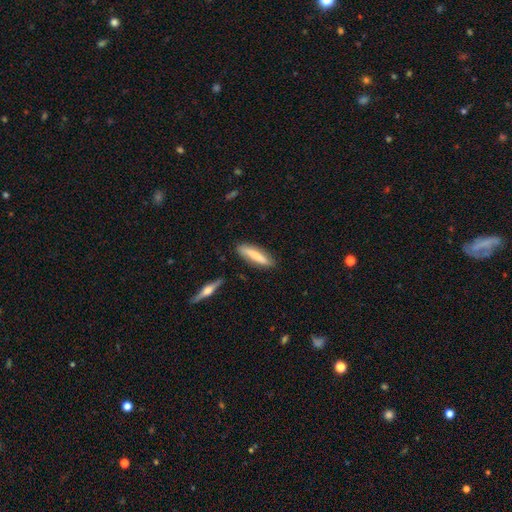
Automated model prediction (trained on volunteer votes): Smooth or featured? smooth (68%)
How rounded? cigar-shaped (77%)
Merging? none (82%)